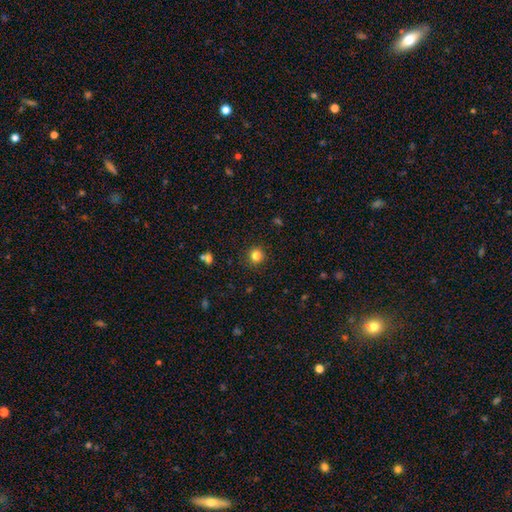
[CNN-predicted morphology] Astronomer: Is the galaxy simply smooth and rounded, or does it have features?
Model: smooth — 83%.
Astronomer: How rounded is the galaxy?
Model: round — 91%.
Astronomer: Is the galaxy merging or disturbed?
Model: none — 90%.